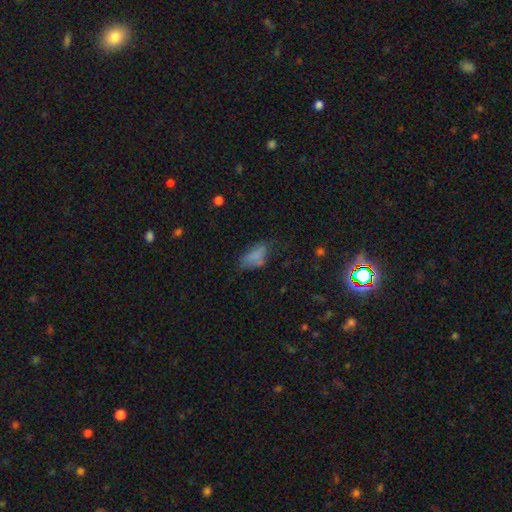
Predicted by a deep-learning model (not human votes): Smooth or featured? smooth (67%)
How rounded? in between (87%)
Merging? none (37%)